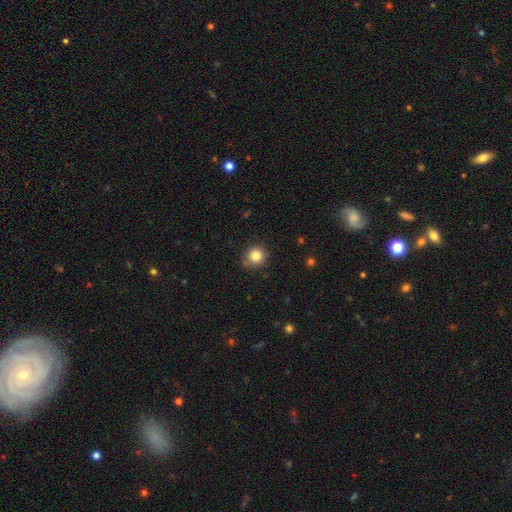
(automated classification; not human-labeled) This appears to be a smooth galaxy with no disk features (82%) that is round (91%). Merging: none (80%).